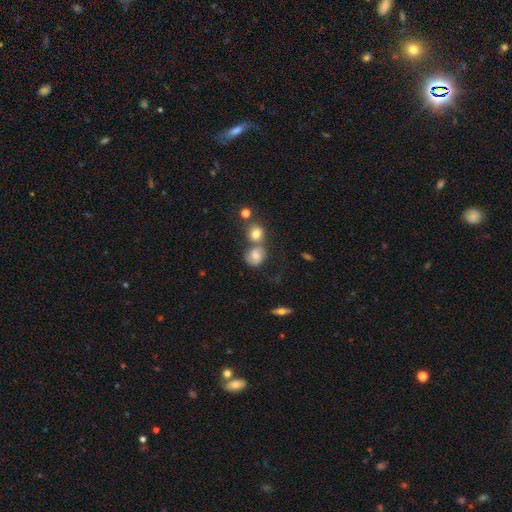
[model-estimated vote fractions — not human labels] smooth_or_featured: smooth (p=0.67) [alt: featured or disk p=0.21]
how_rounded: round (p=0.71) [alt: in between p=0.28]
merging: none (p=0.44) [alt: merger p=0.37]